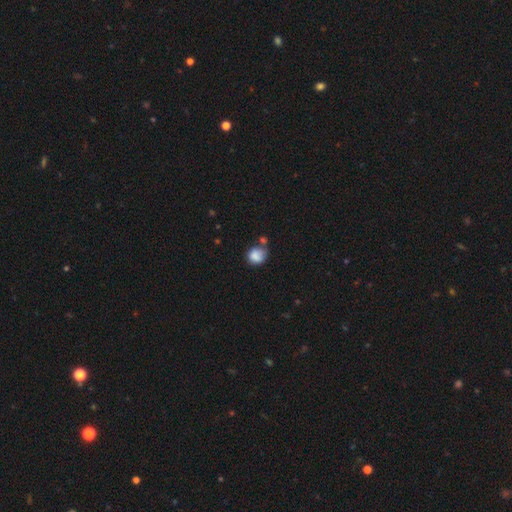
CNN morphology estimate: Smooth or featured? Predicted: smooth (p=0.82). How rounded? Predicted: round (p=0.70). Merging? Predicted: none (p=0.44).